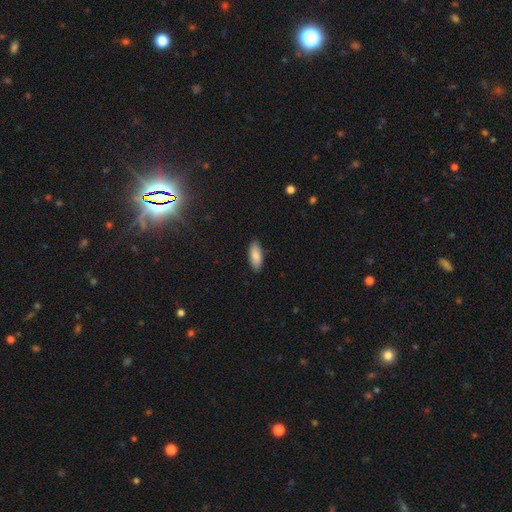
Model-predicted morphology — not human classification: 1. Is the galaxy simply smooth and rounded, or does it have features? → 84% smooth, 10% featured or disk, 6% star or artifact.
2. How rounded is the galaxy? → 82% in between, 16% cigar-shaped, 2% round.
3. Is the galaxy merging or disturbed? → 88% none, 9% minor disturbance, 2% major disturbance, 1% merger.